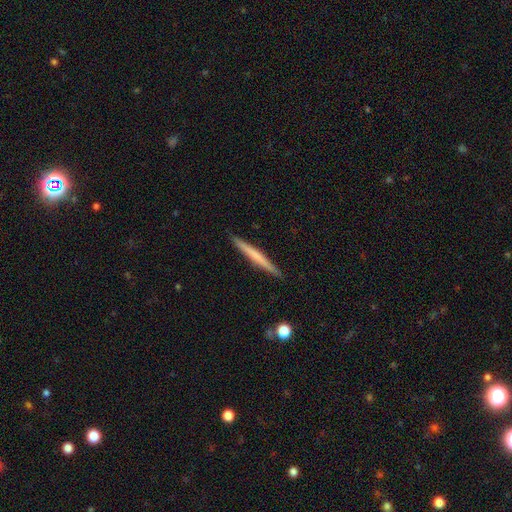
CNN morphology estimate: Smooth or featured: smooth — 53% (featured or disk — 41%)
How rounded: cigar-shaped — 97% (in between — 2%)
Merging: none — 92% (minor disturbance — 6%)